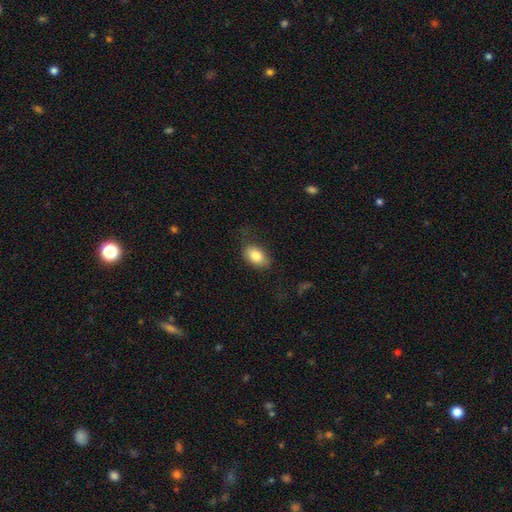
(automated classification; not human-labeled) smooth_or_featured: smooth (p=0.84) [alt: featured or disk p=0.09]
how_rounded: in between (p=0.90) [alt: round p=0.09]
merging: none (p=0.72) [alt: minor disturbance p=0.19]